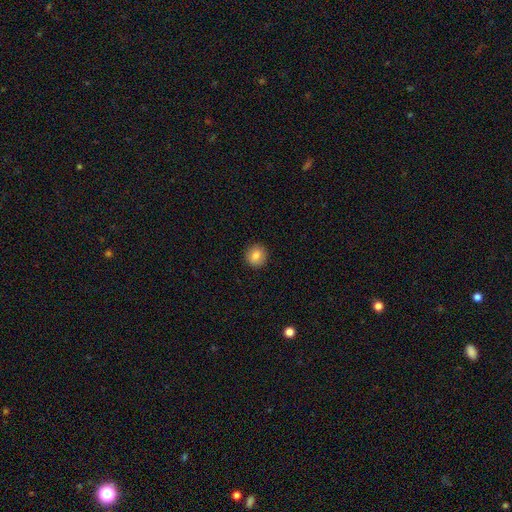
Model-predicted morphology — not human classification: Q: Smooth or featured?
A: smooth (84%); runner-up: star or artifact (9%)
Q: How rounded?
A: round (91%); runner-up: in between (8%)
Q: Merging?
A: none (92%); runner-up: minor disturbance (5%)